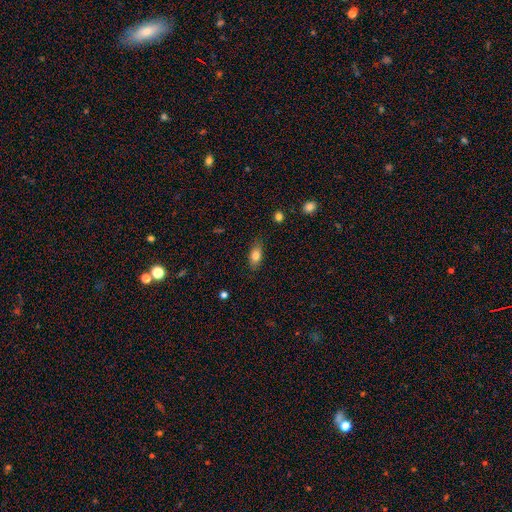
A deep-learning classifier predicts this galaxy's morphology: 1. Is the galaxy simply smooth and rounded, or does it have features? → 79% smooth, 12% featured or disk, 8% star or artifact.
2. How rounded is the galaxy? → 82% in between, 10% round, 7% cigar-shaped.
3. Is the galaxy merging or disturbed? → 80% none, 16% minor disturbance, 3% major disturbance, 1% merger.